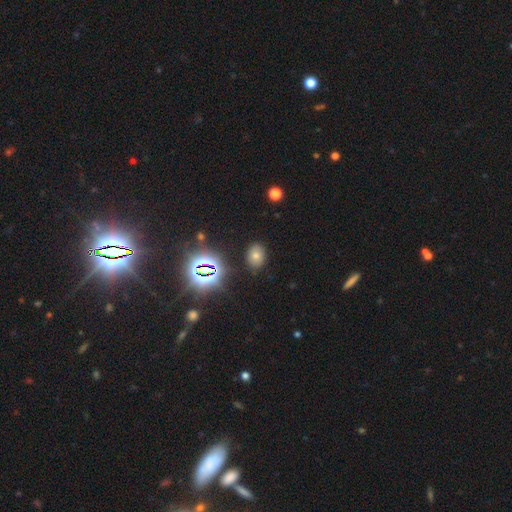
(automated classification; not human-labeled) Morphology: type=smooth (55%); roundness=in between (72%); merging=none (85%).